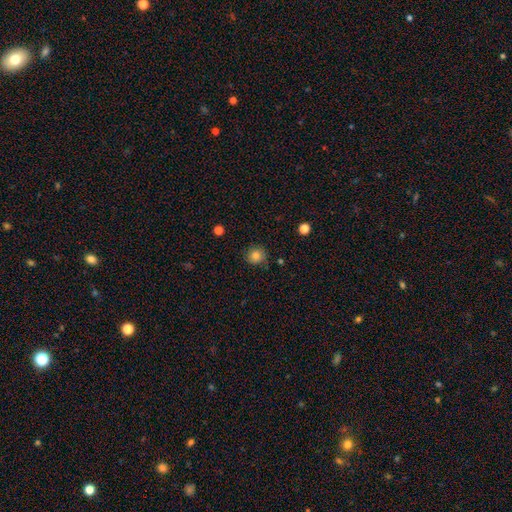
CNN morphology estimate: Q: Smooth or featured?
A: smooth (81%); runner-up: star or artifact (11%)
Q: How rounded?
A: round (88%); runner-up: in between (11%)
Q: Merging?
A: none (82%); runner-up: minor disturbance (13%)